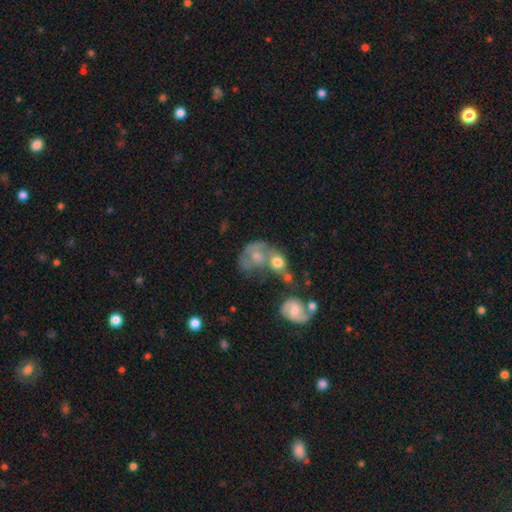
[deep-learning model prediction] Overall: featured or disk (52%; smooth 39%). Edge-on disk: no (97%). Bar: no (76%). Spiral arms: yes (62%; no 38%). Bulge size: moderate (50%; small 26%). Merging: merger (54%; none 21%).